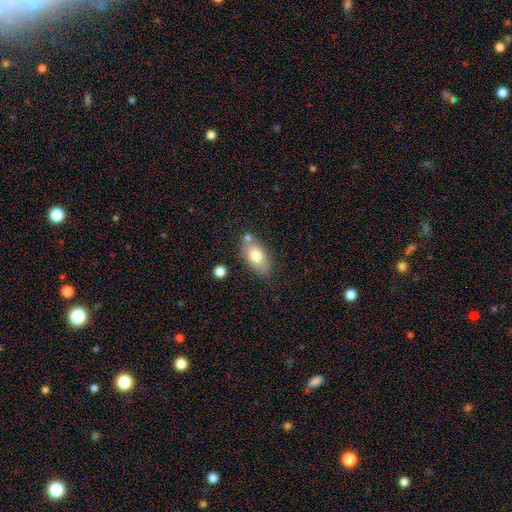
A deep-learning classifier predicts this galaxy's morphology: type=smooth (74%); roundness=in between (89%); merging=none (67%).